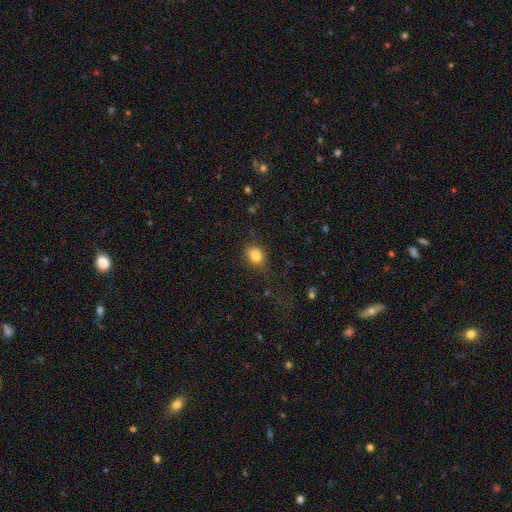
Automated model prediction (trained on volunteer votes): Smooth or featured: smooth — 81% (star or artifact — 11%)
How rounded: round — 51% (in between — 48%)
Merging: none — 71% (minor disturbance — 20%)